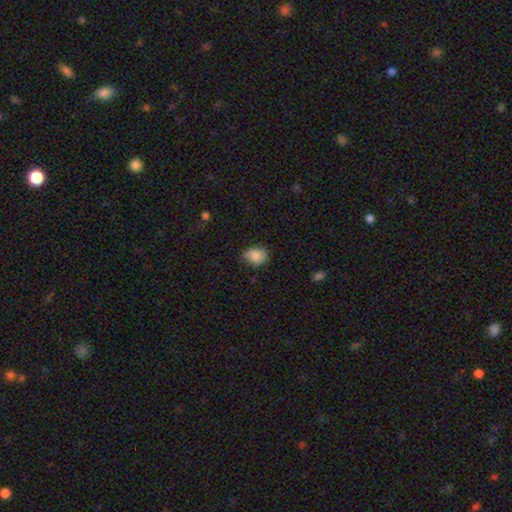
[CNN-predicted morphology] smooth 86%, star or artifact 8%, featured or disk 6%. Down the decision tree: how rounded — in between (57%); merging — none (64%).